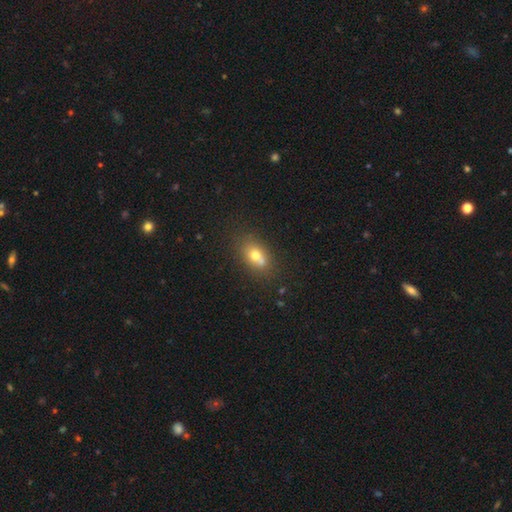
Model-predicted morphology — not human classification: smooth_or_featured: smooth (p=0.66) [alt: featured or disk p=0.21]
how_rounded: in between (p=0.64) [alt: round p=0.34]
merging: none (p=0.46) [alt: merger p=0.38]